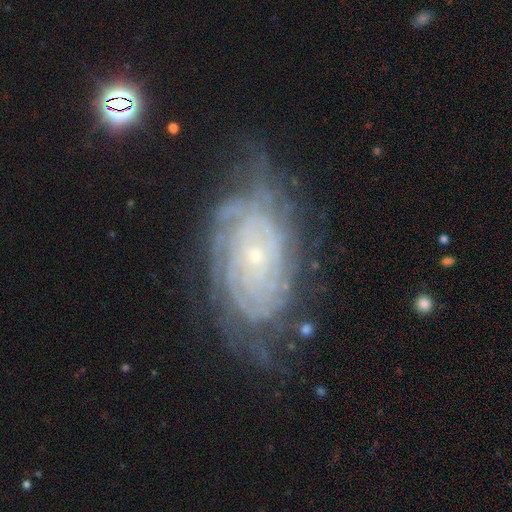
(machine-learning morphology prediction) smooth-or-featured: featured or disk: 86% | smooth: 7% | star or artifact: 7%
  disk-edge-on: no: 95% | yes: 5%
    bar: no: 77% | weak: 17% | strong: 5%
    has-spiral-arms: yes: 96% | no: 4%
      spiral-winding: tight: 82% | medium: 15% | loose: 3%
      spiral-arm-count: can't tell: 38% | 4: 17% | more than 4: 15% | 2: 12% | 3: 11% | 1: 6%
    bulge-size: small: 82% | moderate: 13% | none: 2% | large: 1% | dominant: 1%
  merging: none: 63% | minor disturbance: 23% | major disturbance: 12% | merger: 2%